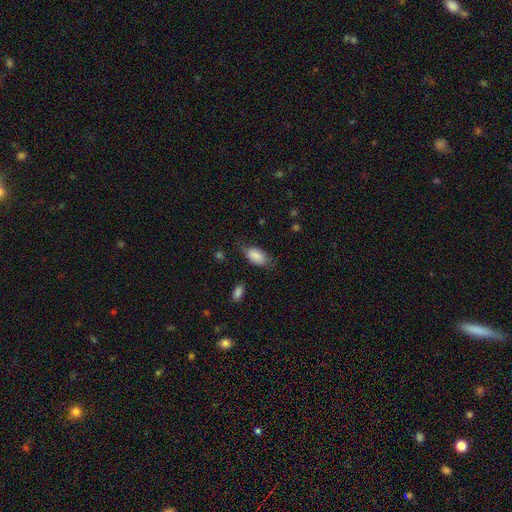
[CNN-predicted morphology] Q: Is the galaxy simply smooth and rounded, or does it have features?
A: smooth — 84%.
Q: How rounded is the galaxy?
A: in between — 92%.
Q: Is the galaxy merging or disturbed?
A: none — 60%.